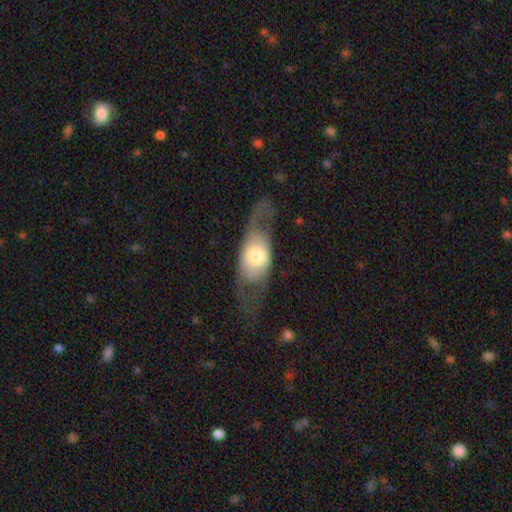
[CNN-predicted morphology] A featured or disk galaxy (52%).

Vote fractions:
- Smooth or featured? featured or disk: 52% / smooth: 42% / star or artifact: 6%
- Edge-on disk? no: 72% / yes: 28%
- Merging? none: 49% / major disturbance: 31% / minor disturbance: 19% / merger: 2%